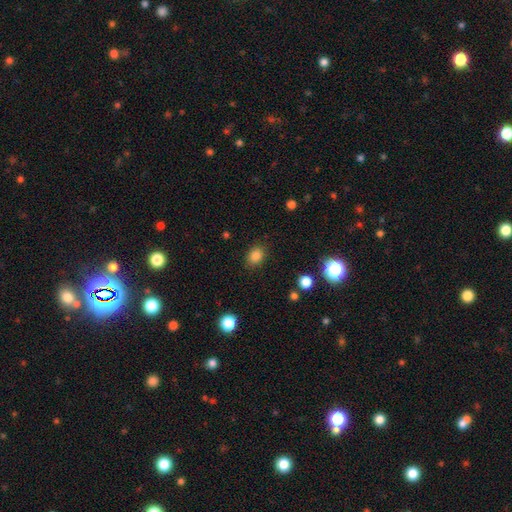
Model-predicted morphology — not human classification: This appears to be a smooth galaxy with no disk features (83%) that is in between round and cigar-shaped (58%). Merging: none (86%).